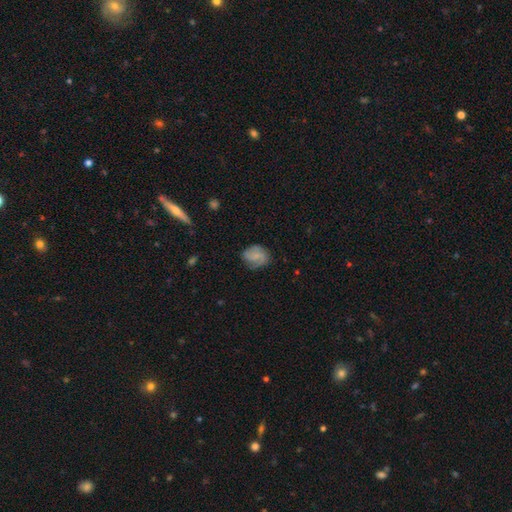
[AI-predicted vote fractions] Q: Smooth or featured?
A: smooth (51%); runner-up: featured or disk (40%)
Q: How rounded?
A: round (51%); runner-up: in between (47%)
Q: Merging?
A: none (67%); runner-up: minor disturbance (23%)